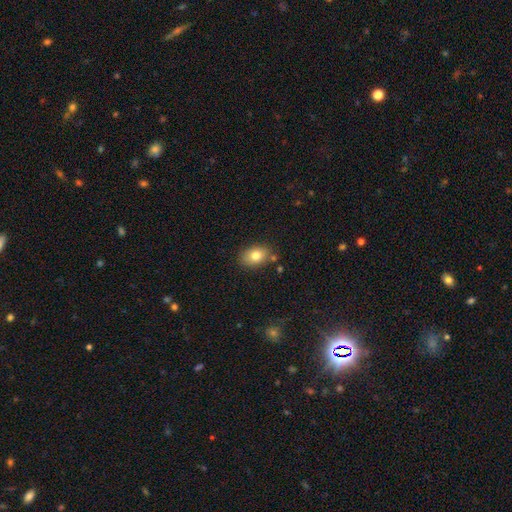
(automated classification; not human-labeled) smooth 79%, featured or disk 12%, star or artifact 9%. Down the decision tree: how rounded — in between (76%); merging — none (80%).